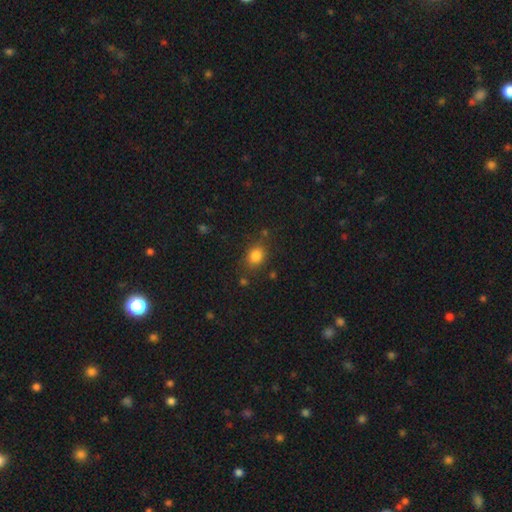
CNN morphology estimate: The model was most divided on "how rounded": round: 54%, in between: 45%, cigar-shaped: 1%. More confident: smooth or featured — smooth (83%); merging — none (75%).